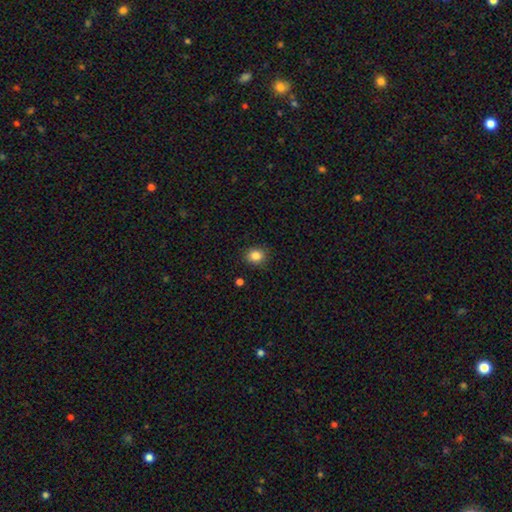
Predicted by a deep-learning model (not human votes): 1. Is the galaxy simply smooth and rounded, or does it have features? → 85% smooth, 11% star or artifact, 5% featured or disk.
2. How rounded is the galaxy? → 67% round, 32% in between, 1% cigar-shaped.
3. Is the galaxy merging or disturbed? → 89% none, 8% minor disturbance, 2% major disturbance, 1% merger.